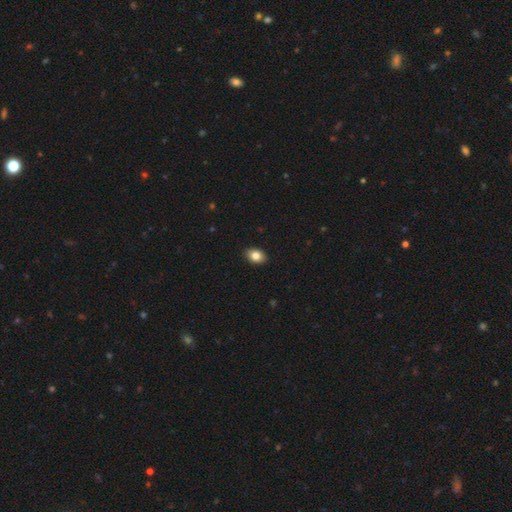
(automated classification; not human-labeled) Smooth or featured: smooth — 84% (star or artifact — 8%)
How rounded: in between — 80% (round — 18%)
Merging: none — 90% (minor disturbance — 8%)